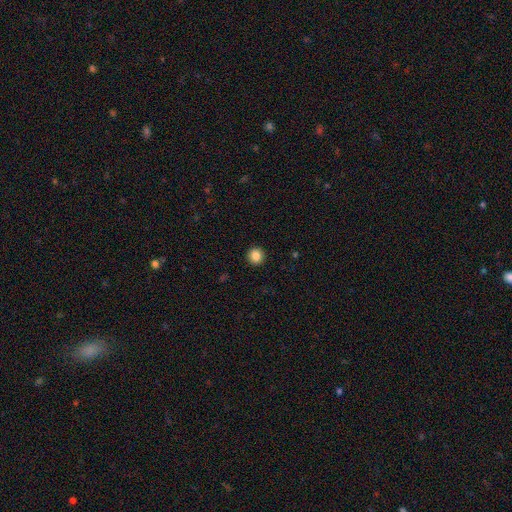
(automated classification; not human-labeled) The model was most divided on "smooth or featured": smooth: 85%, star or artifact: 10%, featured or disk: 5%. More confident: merging — none (93%); how rounded — round (93%).